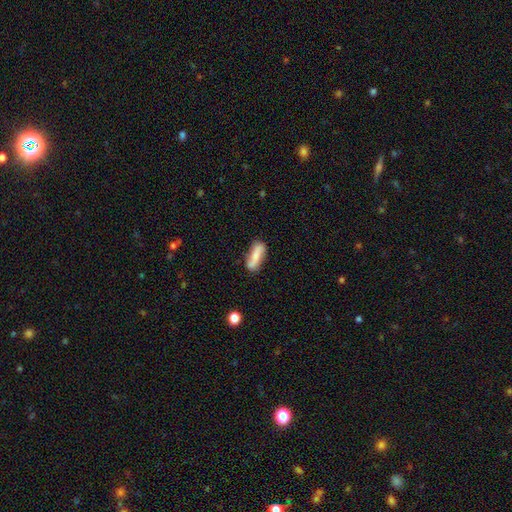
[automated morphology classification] smooth-or-featured: smooth: 65% | featured or disk: 28% | star or artifact: 7%
  how-rounded: in between: 50% | cigar-shaped: 47% | round: 3%
  merging: none: 69% | minor disturbance: 22% | major disturbance: 5% | merger: 4%